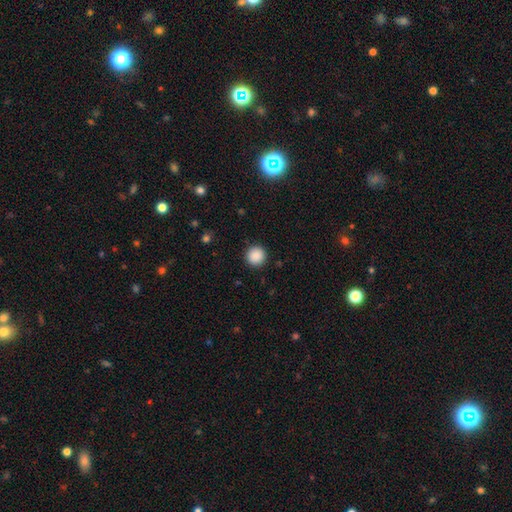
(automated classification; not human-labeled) This is clearly a smooth galaxy (89%). How rounded: clearly round (95%). Merging: clearly none (92%).